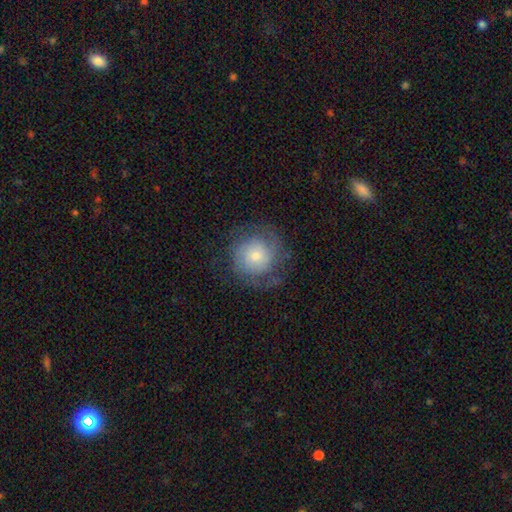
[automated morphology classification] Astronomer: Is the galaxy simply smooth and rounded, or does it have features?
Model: featured or disk — 51% (runner-up: smooth, 41%).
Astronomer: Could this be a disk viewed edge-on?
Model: no — 97%.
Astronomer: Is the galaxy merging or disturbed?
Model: none — 70%.